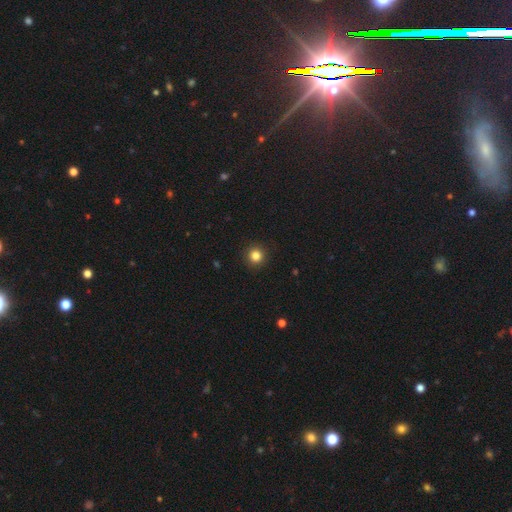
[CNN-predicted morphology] smooth_or_featured: smooth (p=0.84) [alt: star or artifact p=0.12]
how_rounded: round (p=0.95) [alt: in between p=0.04]
merging: none (p=0.92) [alt: minor disturbance p=0.05]